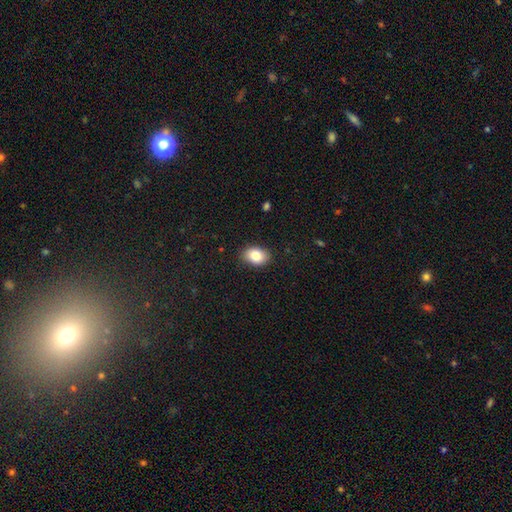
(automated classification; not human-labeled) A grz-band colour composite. It shows a smooth galaxy with no disk features (84%) that is in between round and cigar-shaped (75%). Merging: none (87%).